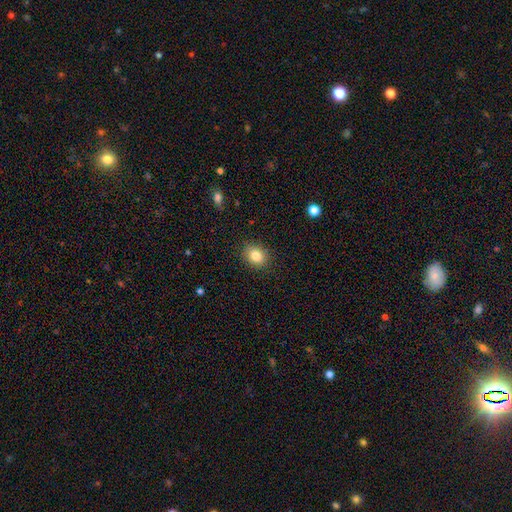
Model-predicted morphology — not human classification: A smooth galaxy with no disk features (83%) that is round (55%).

Vote fractions:
- Smooth or featured? smooth: 83% / star or artifact: 10% / featured or disk: 7%
- How rounded? round: 55% / in between: 44% / cigar-shaped: 1%
- Merging? none: 89% / minor disturbance: 8% / major disturbance: 2% / merger: 1%